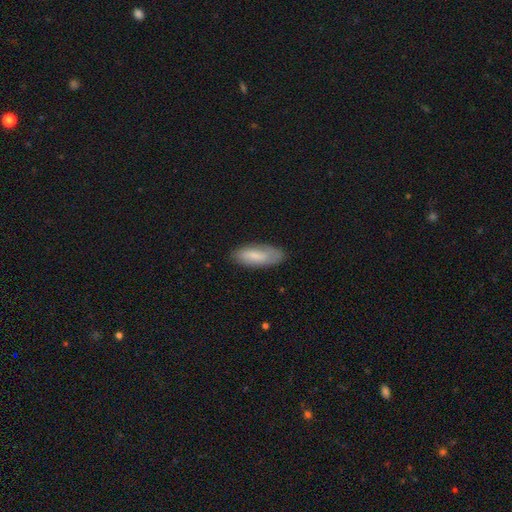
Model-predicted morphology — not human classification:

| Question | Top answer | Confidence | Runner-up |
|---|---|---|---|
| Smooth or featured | smooth | 74% | featured or disk (19%) |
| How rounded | in between | 73% | cigar-shaped (25%) |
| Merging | none | 78% | minor disturbance (17%) |